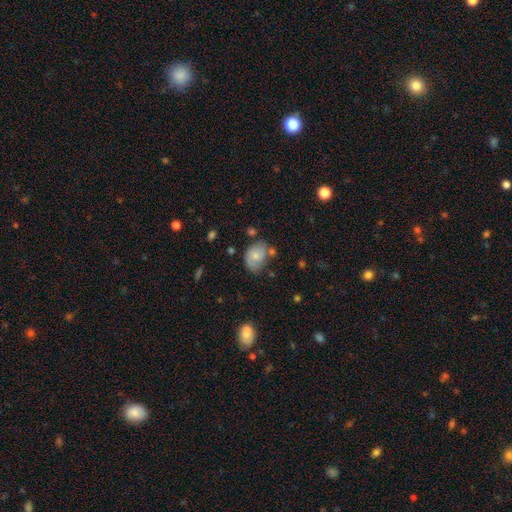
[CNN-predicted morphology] smooth_or_featured: smooth (p=0.59) [alt: featured or disk p=0.32]
how_rounded: in between (p=0.66) [alt: round p=0.33]
merging: none (p=0.53) [alt: minor disturbance p=0.29]